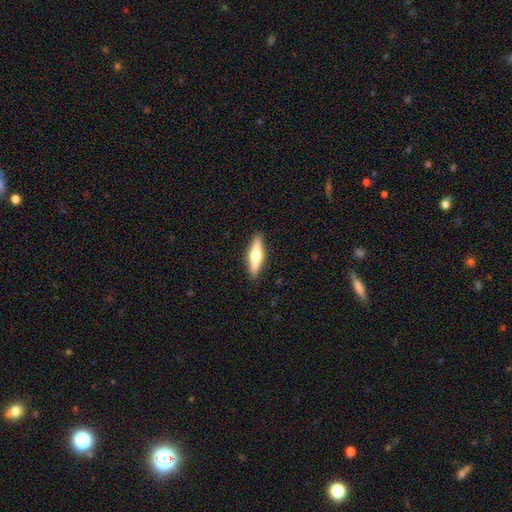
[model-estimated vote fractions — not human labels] featured or disk 56%, smooth 38%, star or artifact 5%. Down the decision tree: edge-on disk — yes (95%); edge-on bulge — rounded (94%); merging — none (91%).